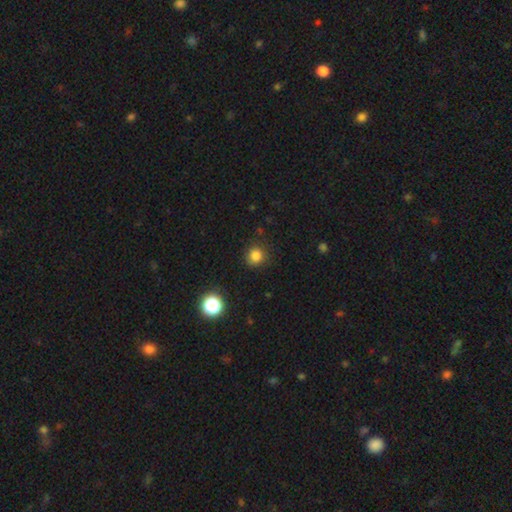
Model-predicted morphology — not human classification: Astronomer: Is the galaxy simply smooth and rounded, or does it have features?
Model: smooth — 82%.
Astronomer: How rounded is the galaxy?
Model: round — 90%.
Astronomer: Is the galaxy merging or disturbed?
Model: none — 88%.